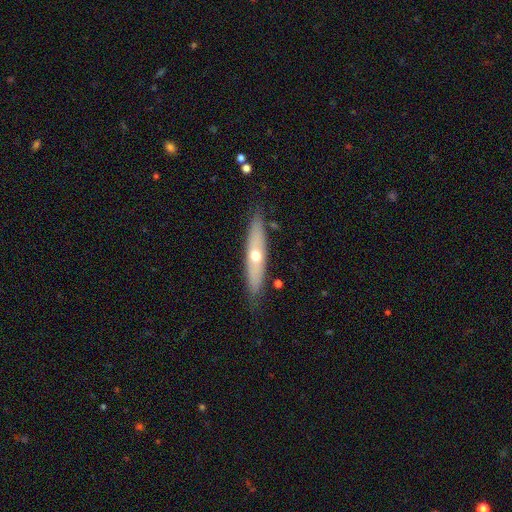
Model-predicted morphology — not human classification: smooth_or_featured: featured or disk (p=0.53) [alt: smooth p=0.40]
disk_edge_on: yes (p=0.76) [alt: no p=0.24]
merging: none (p=0.86) [alt: minor disturbance p=0.11]